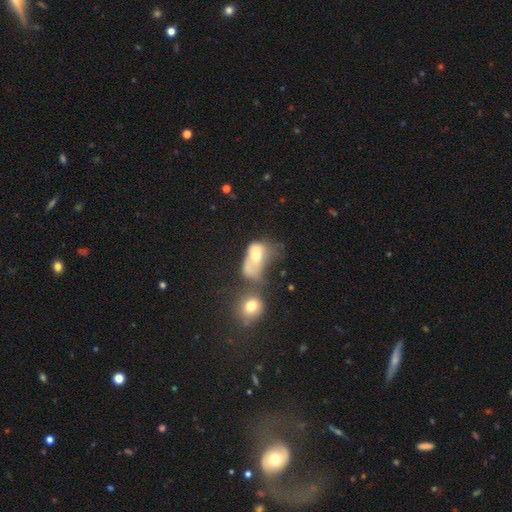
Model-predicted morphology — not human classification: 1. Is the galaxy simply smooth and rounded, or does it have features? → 59% smooth, 30% featured or disk, 11% star or artifact.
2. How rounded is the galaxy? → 76% in between, 22% round, 2% cigar-shaped.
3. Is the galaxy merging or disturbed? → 51% merger, 27% major disturbance, 12% none, 11% minor disturbance.